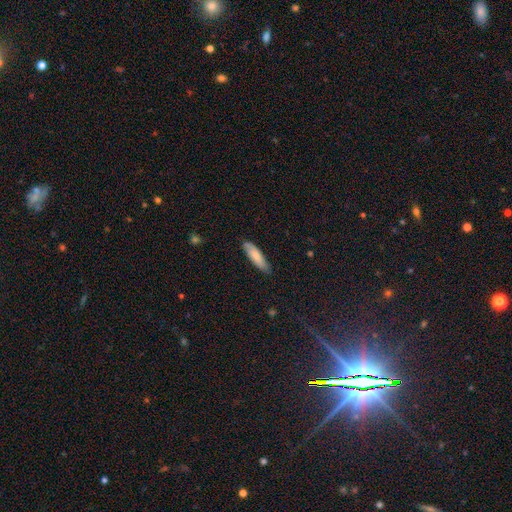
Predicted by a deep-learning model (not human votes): A smooth galaxy with no disk features (74%) that is cigar-shaped (59%).

Vote fractions:
- Smooth or featured? smooth: 74% / featured or disk: 20% / star or artifact: 6%
- How rounded? cigar-shaped: 59% / in between: 39% / round: 2%
- Merging? none: 80% / minor disturbance: 17% / major disturbance: 2% / merger: 1%